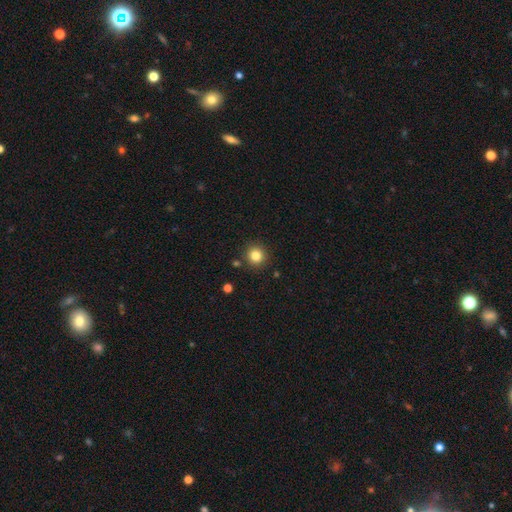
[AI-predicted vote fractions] A smooth galaxy with no disk features (83%) that is round (93%). Merging: none (88%).